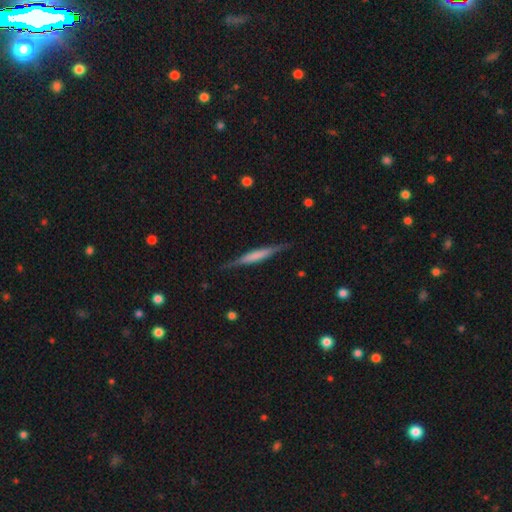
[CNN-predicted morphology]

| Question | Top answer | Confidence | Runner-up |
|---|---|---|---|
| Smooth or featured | featured or disk | 55% | smooth (39%) |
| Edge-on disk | yes | 96% | no (4%) |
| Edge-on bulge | none | 44% | boxy (35%) |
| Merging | none | 85% | minor disturbance (12%) |